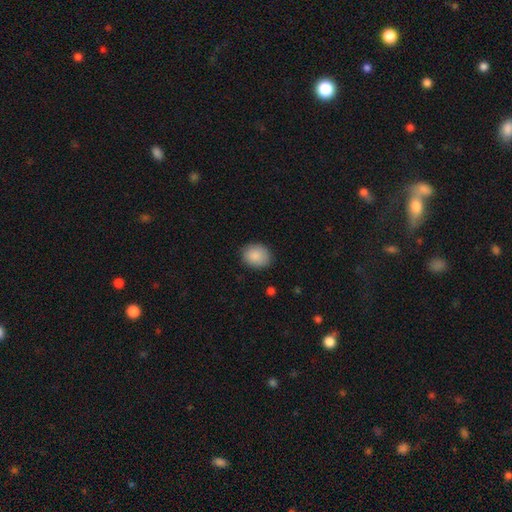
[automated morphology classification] smooth_or_featured: smooth (p=0.88) [alt: star or artifact p=0.07]
how_rounded: round (p=0.60) [alt: in between p=0.39]
merging: none (p=0.84) [alt: minor disturbance p=0.13]